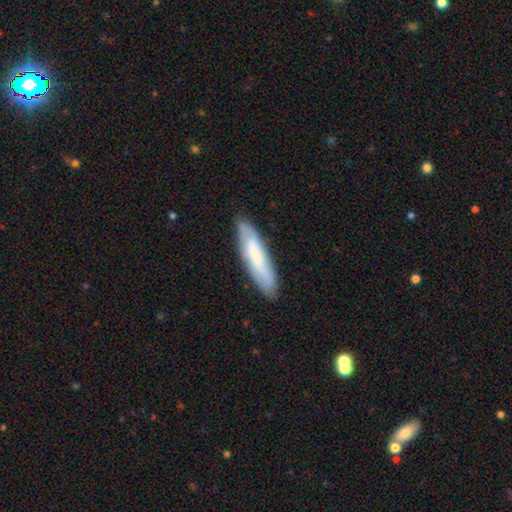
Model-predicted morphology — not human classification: Smooth or featured?
  - smooth: 63% *
  - featured or disk: 30%
  - star or artifact: 6%
How rounded?
  - cigar-shaped: 74% *
  - in between: 25%
  - round: 1%
Merging?
  - none: 84% *
  - minor disturbance: 12%
  - major disturbance: 2%
  - merger: 1%